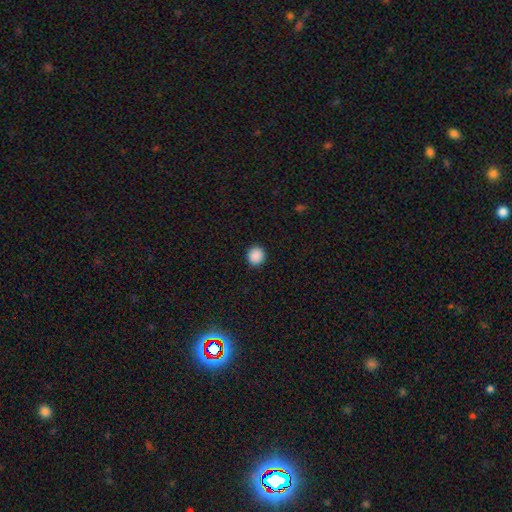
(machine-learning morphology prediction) type=smooth (89%); roundness=round (90%); merging=none (92%).